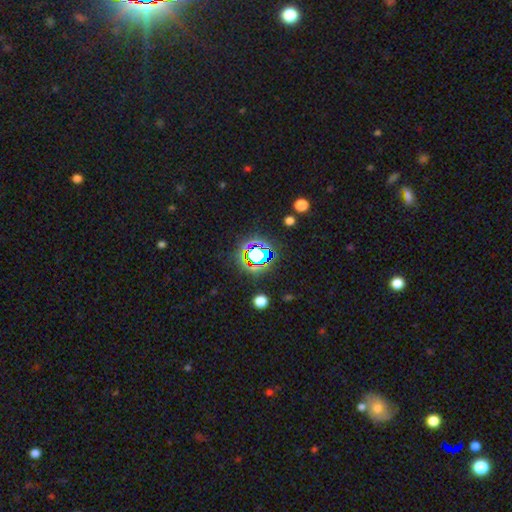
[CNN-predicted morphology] The model was most divided on "smooth or featured": star or artifact: 65%, smooth: 23%, featured or disk: 12%.